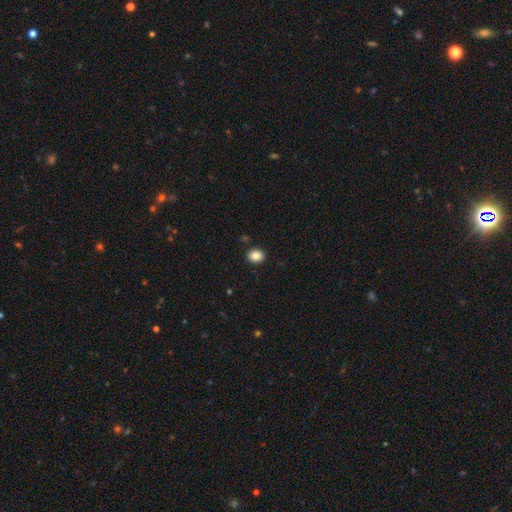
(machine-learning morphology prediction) Overall: smooth (86%). How rounded: round (55%; in between 44%). Merging: none (89%).